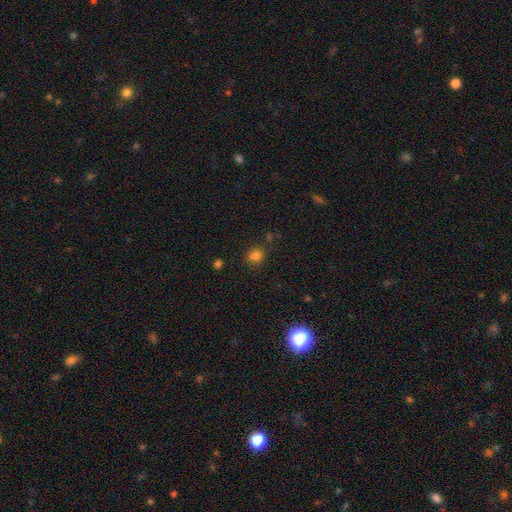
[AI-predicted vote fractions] This is likely a smooth galaxy (79%). How rounded: likely round (78%). Merging: likely none (77%).